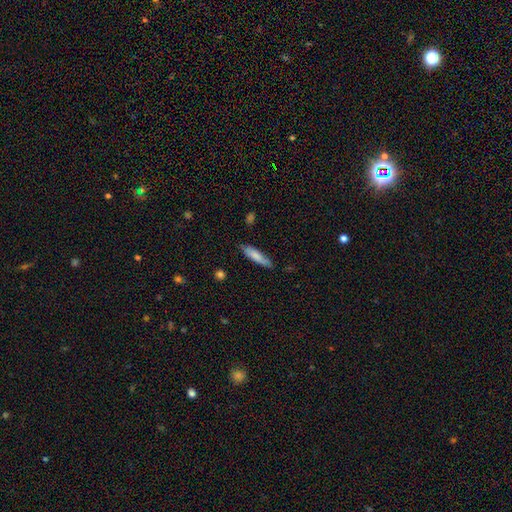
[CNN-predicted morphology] Overall: smooth (76%). How rounded: cigar-shaped (77%). Merging: none (77%).